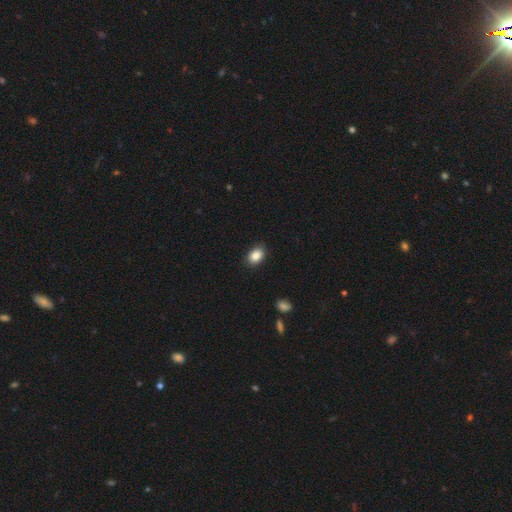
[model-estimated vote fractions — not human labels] Smooth or featured? Predicted: smooth (p=0.87). How rounded? Predicted: in between (p=0.81). Merging? Predicted: none (p=0.87).